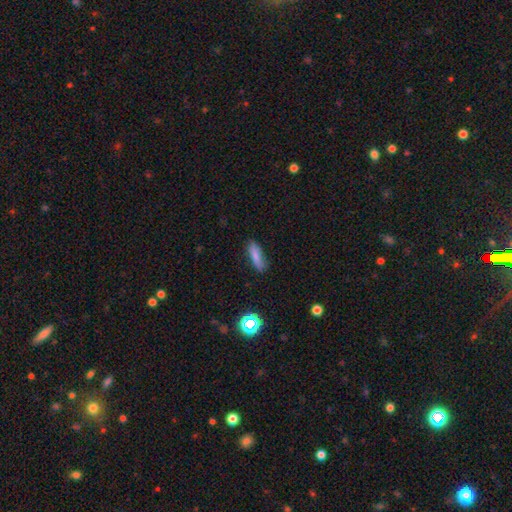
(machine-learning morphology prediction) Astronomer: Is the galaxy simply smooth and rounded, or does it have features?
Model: smooth — 78%.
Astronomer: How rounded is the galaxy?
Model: cigar-shaped — 57% (runner-up: in between, 40%).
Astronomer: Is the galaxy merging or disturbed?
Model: none — 75%.